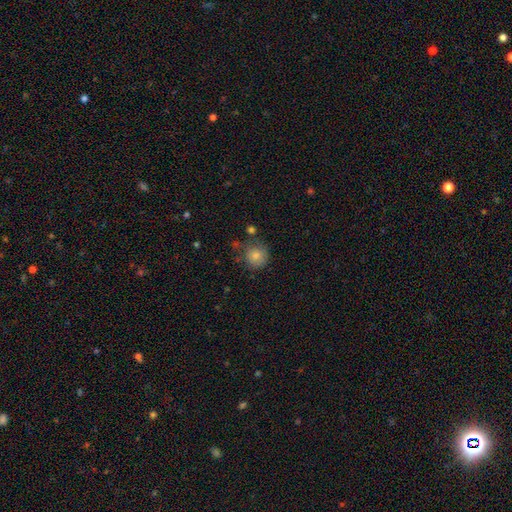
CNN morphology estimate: Overall: smooth (82%). How rounded: round (90%). Merging: none (70%).